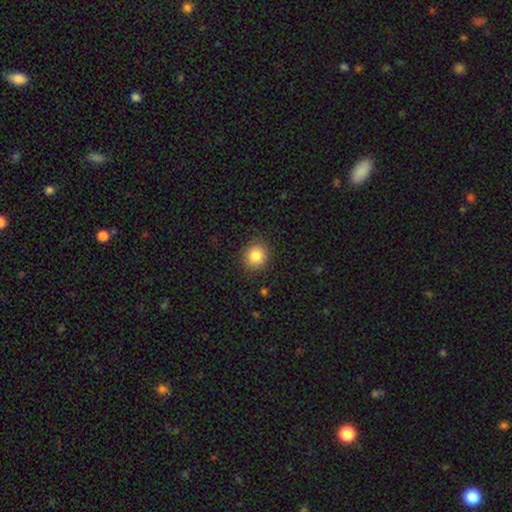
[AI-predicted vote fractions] Overall: smooth (84%). How rounded: round (85%). Merging: none (87%).